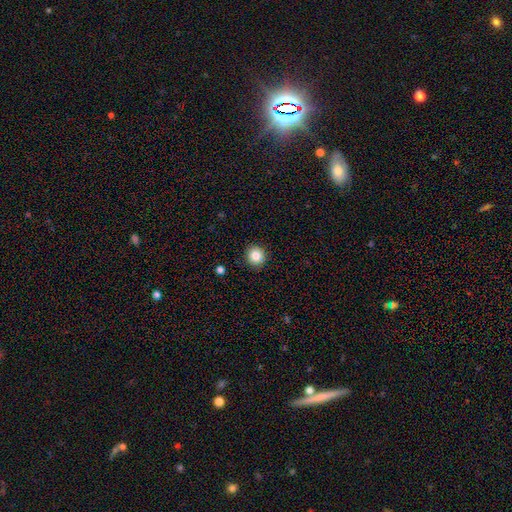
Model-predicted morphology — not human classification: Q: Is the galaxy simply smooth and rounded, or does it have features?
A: smooth — 84%.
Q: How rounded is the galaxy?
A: round — 90%.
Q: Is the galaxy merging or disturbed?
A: none — 92%.